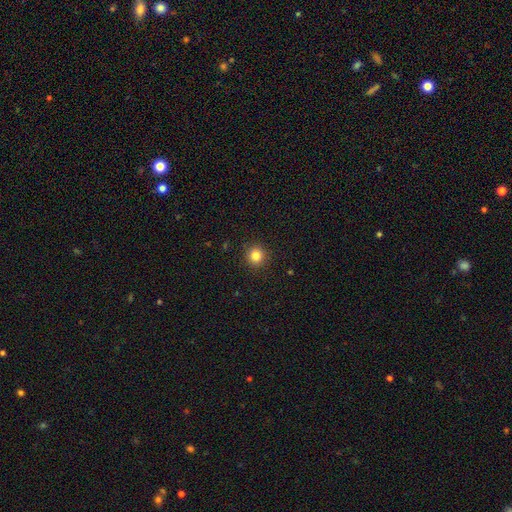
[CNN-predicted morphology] type=smooth (83%); roundness=round (94%); merging=none (92%).